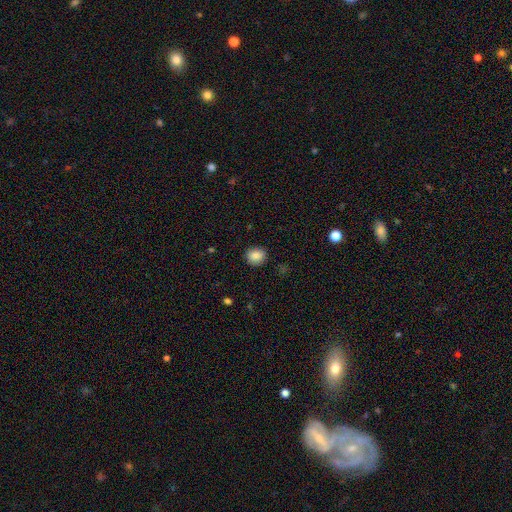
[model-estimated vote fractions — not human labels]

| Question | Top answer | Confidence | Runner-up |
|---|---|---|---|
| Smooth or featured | smooth | 87% | star or artifact (9%) |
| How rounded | round | 67% | in between (32%) |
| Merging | none | 87% | minor disturbance (10%) |